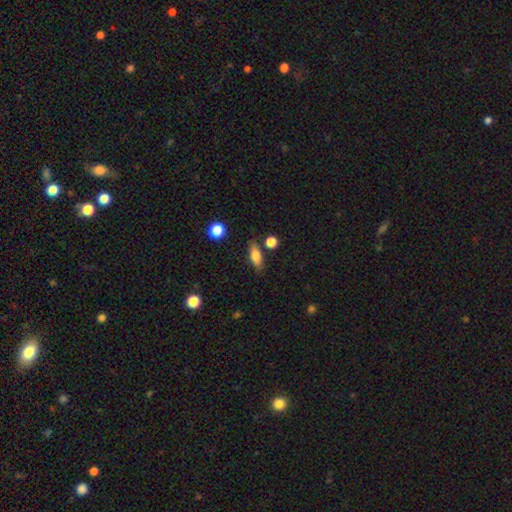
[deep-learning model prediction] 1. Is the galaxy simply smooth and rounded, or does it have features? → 76% smooth, 15% featured or disk, 8% star or artifact.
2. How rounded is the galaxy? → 64% in between, 31% cigar-shaped, 5% round.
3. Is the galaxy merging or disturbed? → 80% none, 12% minor disturbance, 5% merger, 3% major disturbance.